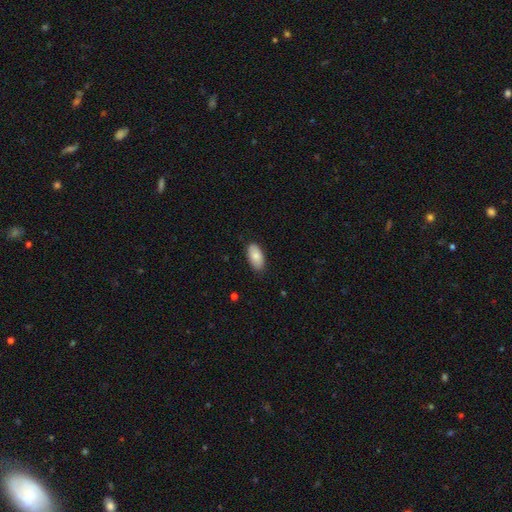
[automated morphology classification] type=smooth (84%); roundness=in between (95%); merging=none (85%).